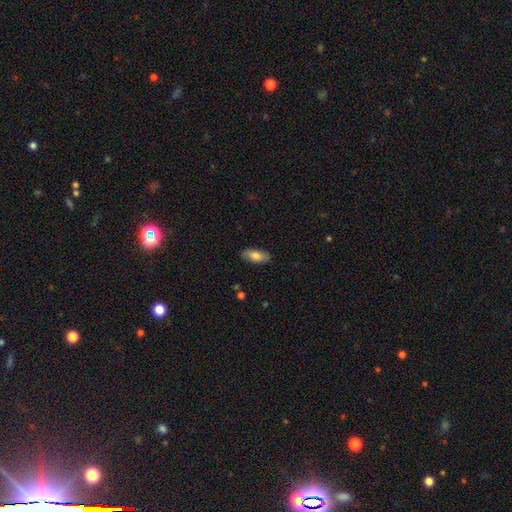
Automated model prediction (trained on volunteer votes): A smooth galaxy with no disk features (77%) that is in between round and cigar-shaped (85%). Merging: none (86%).